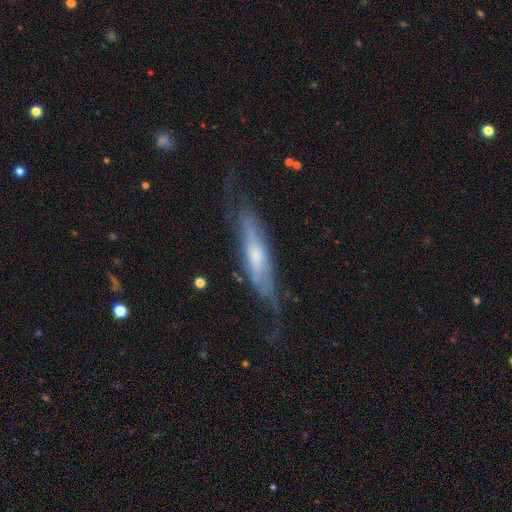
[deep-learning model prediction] Smooth or featured: featured or disk — 66% (smooth — 28%)
Edge-on disk: yes — 68% (no — 32%)
Merging: none — 58% (minor disturbance — 24%)